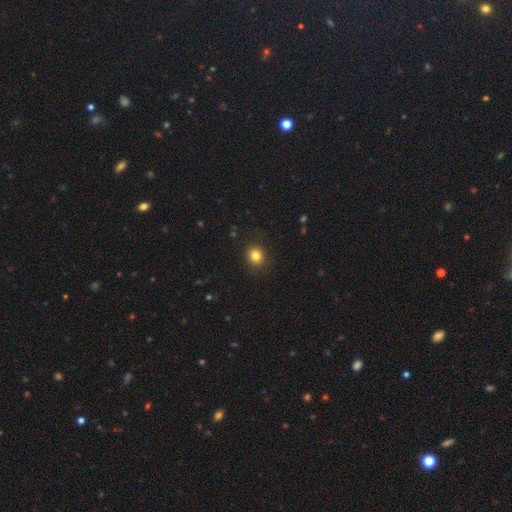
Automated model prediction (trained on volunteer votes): Smooth or featured? Predicted: smooth (p=0.83). How rounded? Predicted: round (p=0.81). Merging? Predicted: none (p=0.90).